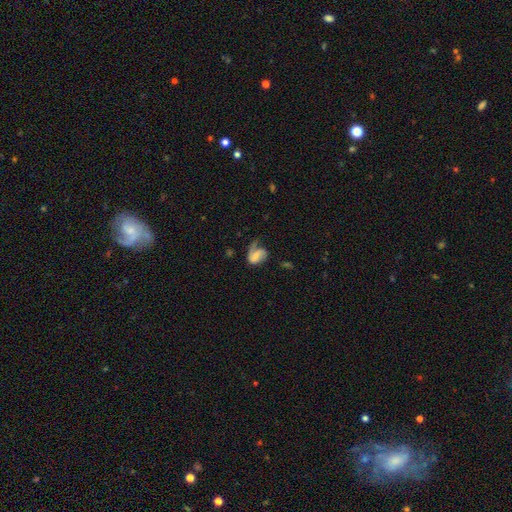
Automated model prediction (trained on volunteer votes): Morphology: type=featured or disk (62%); edge-on=no (97%); bar=weak (40%, tied with no); spiral arms=yes (87%); winding=loose (39%); arm count=1 (52%); bulge=small (39%); merging=none (39%).